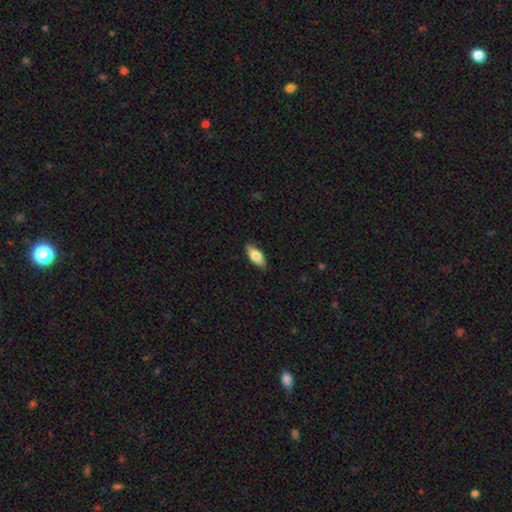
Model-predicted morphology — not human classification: Q: Smooth or featured?
A: smooth (77%); runner-up: featured or disk (17%)
Q: How rounded?
A: in between (80%); runner-up: cigar-shaped (17%)
Q: Merging?
A: none (86%); runner-up: minor disturbance (11%)